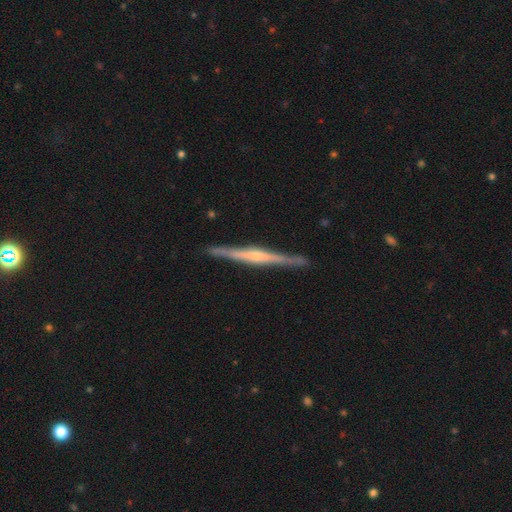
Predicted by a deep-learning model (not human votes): smooth-or-featured: featured or disk: 79% | smooth: 16% | star or artifact: 5%
  disk-edge-on: yes: 98% | no: 2%
    edge-on-bulge: rounded: 64% | none: 21% | boxy: 16%
  merging: none: 89% | minor disturbance: 8% | major disturbance: 1% | merger: 1%